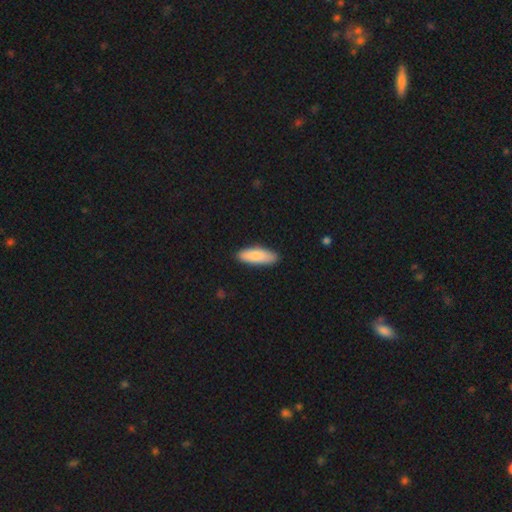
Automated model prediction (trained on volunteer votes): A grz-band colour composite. It shows a smooth galaxy with no disk features (86%) that is in between round and cigar-shaped (57%). Merging: none (87%).